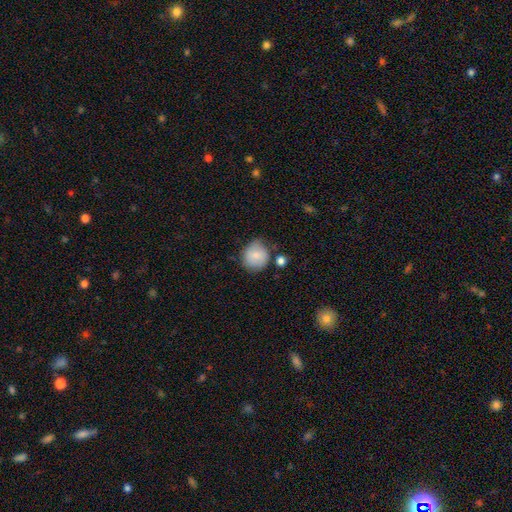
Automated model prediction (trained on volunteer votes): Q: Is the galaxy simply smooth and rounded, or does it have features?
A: smooth — 79%.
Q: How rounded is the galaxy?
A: round — 84%.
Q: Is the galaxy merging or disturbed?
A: none — 63%.